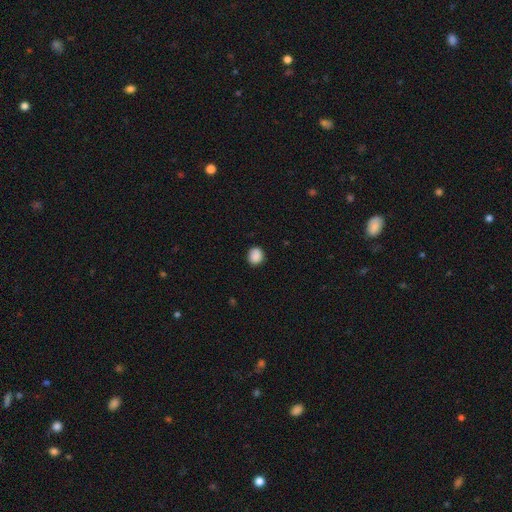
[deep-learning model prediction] Smooth or featured? Predicted: smooth (p=0.88). How rounded? Predicted: round (p=0.77). Merging? Predicted: none (p=0.86).